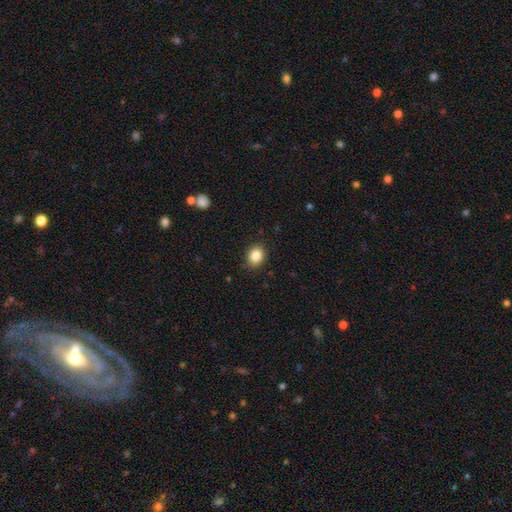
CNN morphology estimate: smooth-or-featured: smooth: 85% | star or artifact: 9% | featured or disk: 5%
  how-rounded: round: 55% | in between: 44% | cigar-shaped: 1%
  merging: none: 89% | minor disturbance: 8% | major disturbance: 2% | merger: 1%